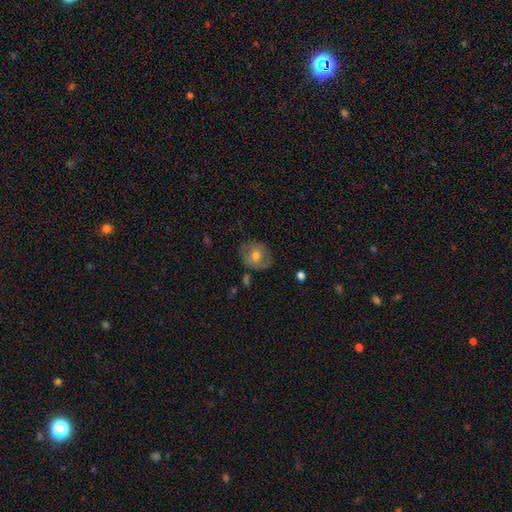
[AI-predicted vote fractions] smooth 60%, featured or disk 32%, star or artifact 8%. Down the decision tree: how rounded — round (64%); merging — none (69%).